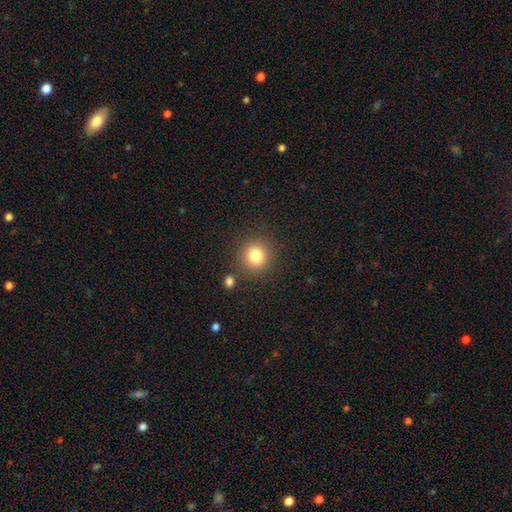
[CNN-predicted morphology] Overall: smooth (81%). How rounded: round (92%). Merging: none (84%).